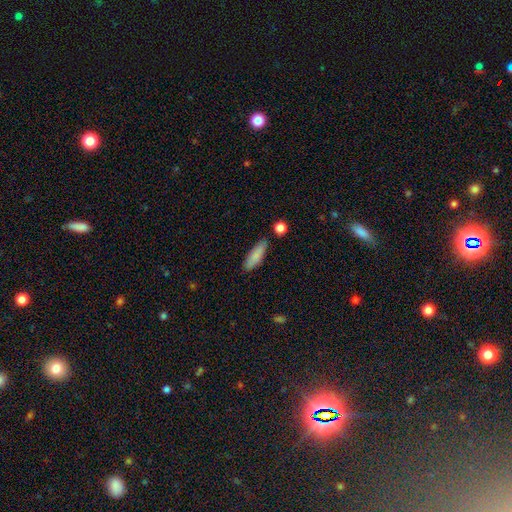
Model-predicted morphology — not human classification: Q: Smooth or featured?
A: smooth (84%); runner-up: featured or disk (9%)
Q: How rounded?
A: cigar-shaped (52%); runner-up: in between (46%)
Q: Merging?
A: none (82%); runner-up: minor disturbance (12%)